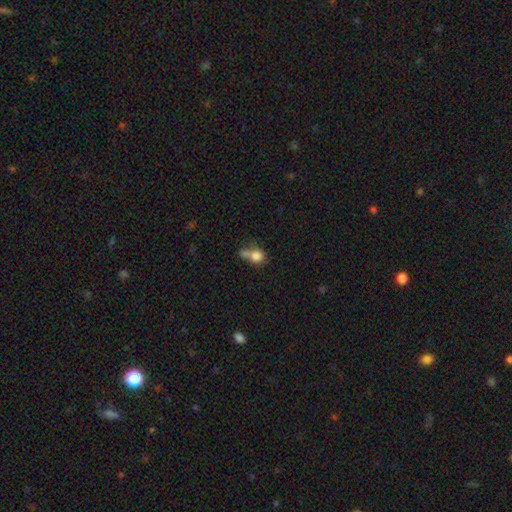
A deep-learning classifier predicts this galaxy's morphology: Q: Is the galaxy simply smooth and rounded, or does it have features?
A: smooth — 76%.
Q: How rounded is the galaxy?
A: round — 52%.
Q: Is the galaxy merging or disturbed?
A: merger — 34%.